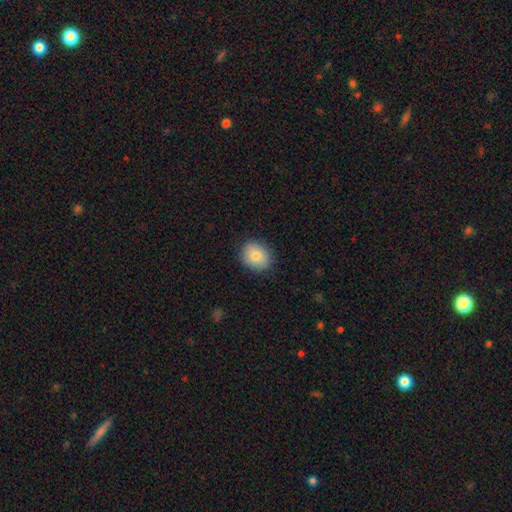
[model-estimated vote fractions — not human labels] Q: Smooth or featured?
A: smooth (81%); runner-up: featured or disk (11%)
Q: How rounded?
A: round (65%); runner-up: in between (35%)
Q: Merging?
A: none (87%); runner-up: minor disturbance (10%)